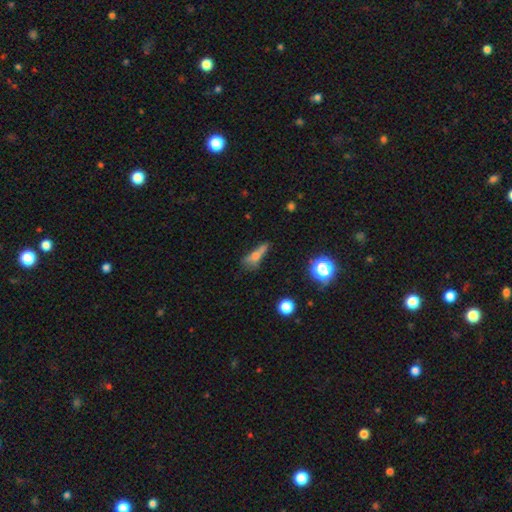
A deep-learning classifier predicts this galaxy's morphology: type=smooth (53%); roundness=cigar-shaped (47%); merging=none (38%).